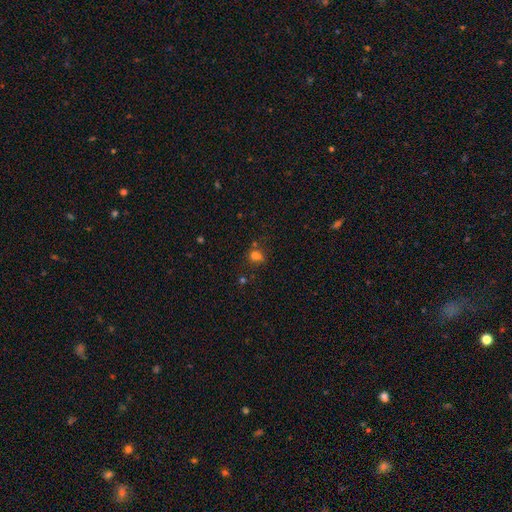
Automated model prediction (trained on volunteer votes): This is likely a smooth galaxy (67%). How rounded: possibly round (53%). Merging: possibly none (57%).